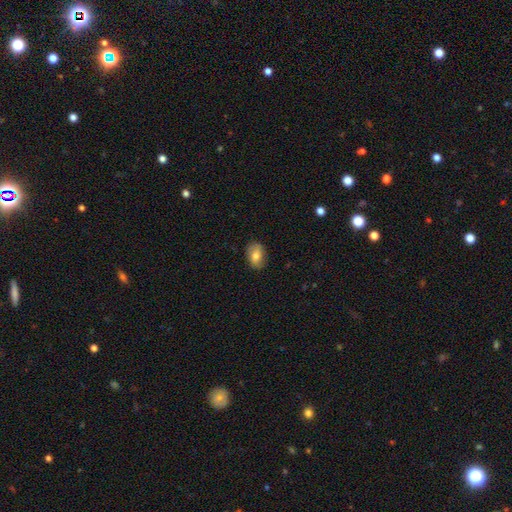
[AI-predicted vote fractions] A smooth galaxy with no disk features (76%) that is in between round and cigar-shaped (83%).

Vote fractions:
- Smooth or featured? smooth: 76% / featured or disk: 17% / star or artifact: 8%
- How rounded? in between: 83% / round: 15% / cigar-shaped: 2%
- Merging? none: 83% / minor disturbance: 13% / major disturbance: 3% / merger: 1%